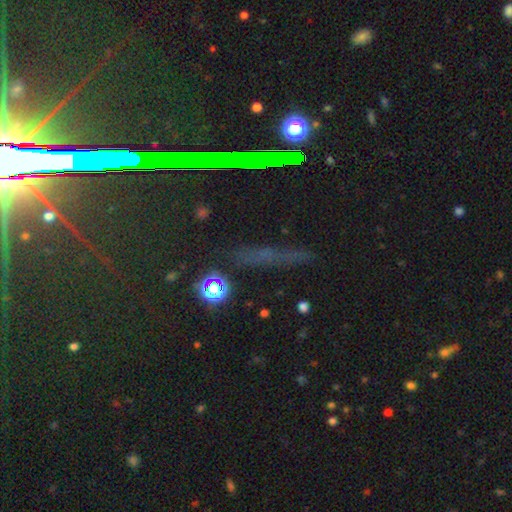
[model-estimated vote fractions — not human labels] star or artifact 68%, smooth 18%, featured or disk 14%.